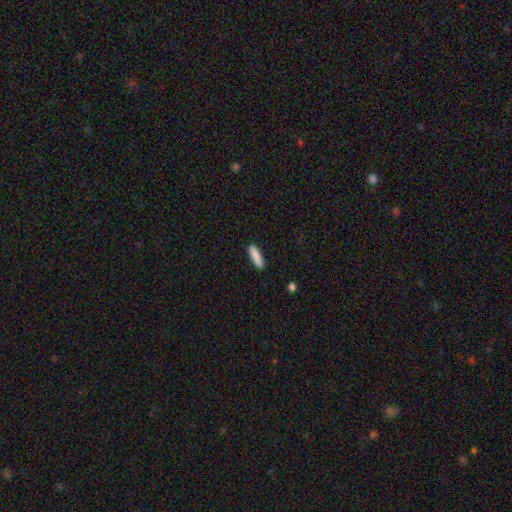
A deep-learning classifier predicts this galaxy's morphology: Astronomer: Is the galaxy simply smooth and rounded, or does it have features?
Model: smooth — 88%.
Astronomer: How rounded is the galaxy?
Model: cigar-shaped — 65%.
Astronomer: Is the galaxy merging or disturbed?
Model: none — 88%.